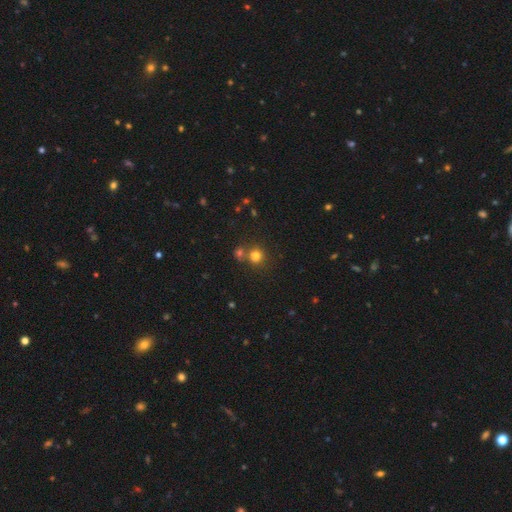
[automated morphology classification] A smooth galaxy with no disk features (76%) that is round (86%). Merging: none (58%).